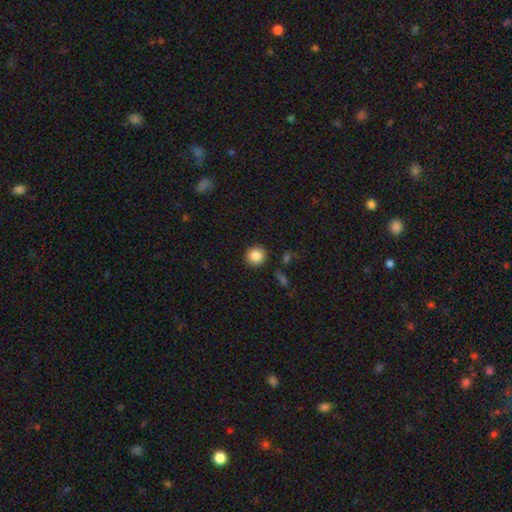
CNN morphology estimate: Overall: smooth (85%). How rounded: round (92%). Merging: none (90%).